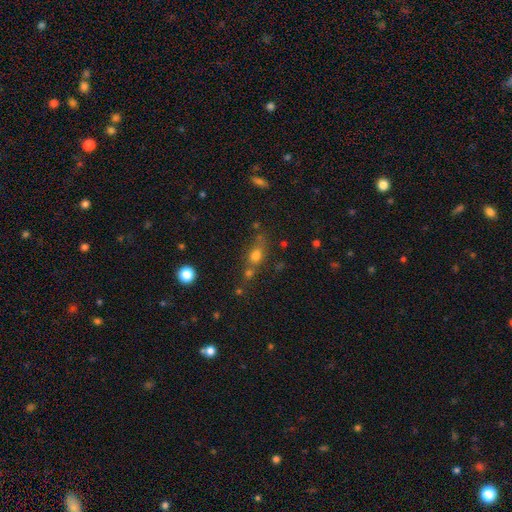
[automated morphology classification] Smooth or featured: smooth — 69% (star or artifact — 17%)
How rounded: in between — 49% (round — 41%)
Merging: none — 48% (merger — 28%)